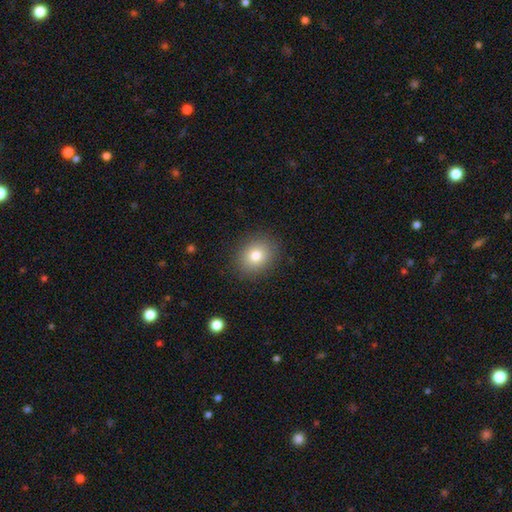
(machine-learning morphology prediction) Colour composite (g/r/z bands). It shows a smooth galaxy with no disk features (80%) that is round (59%). Merging: none (88%).